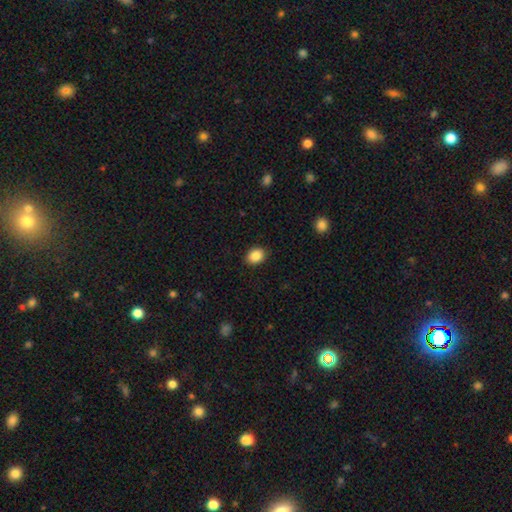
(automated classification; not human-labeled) Smooth or featured: smooth — 88% (star or artifact — 8%)
How rounded: in between — 60% (round — 40%)
Merging: none — 89% (minor disturbance — 8%)